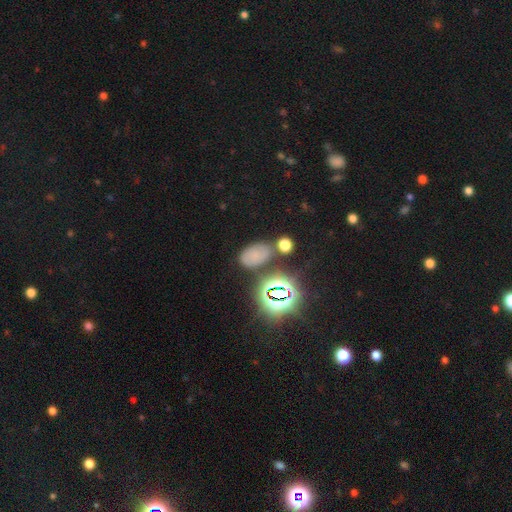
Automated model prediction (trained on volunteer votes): This is possibly a smooth galaxy (55%). How rounded: clearly in between (87%). Merging: likely none (66%).